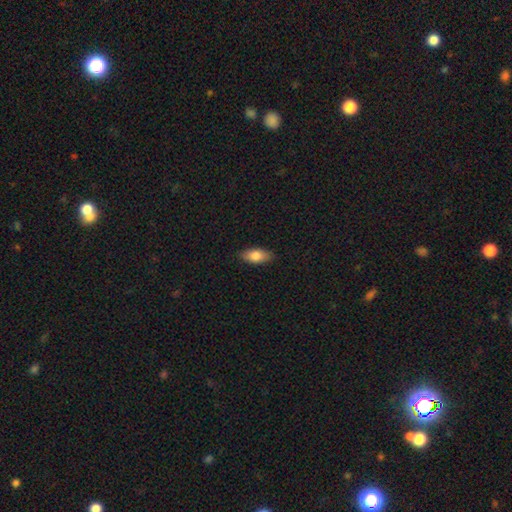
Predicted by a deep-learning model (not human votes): A smooth galaxy with no disk features (80%) that is in between round and cigar-shaped (86%).

Vote fractions:
- Smooth or featured? smooth: 80% / featured or disk: 13% / star or artifact: 7%
- How rounded? in between: 86% / cigar-shaped: 11% / round: 3%
- Merging? none: 87% / minor disturbance: 10% / major disturbance: 2% / merger: 1%